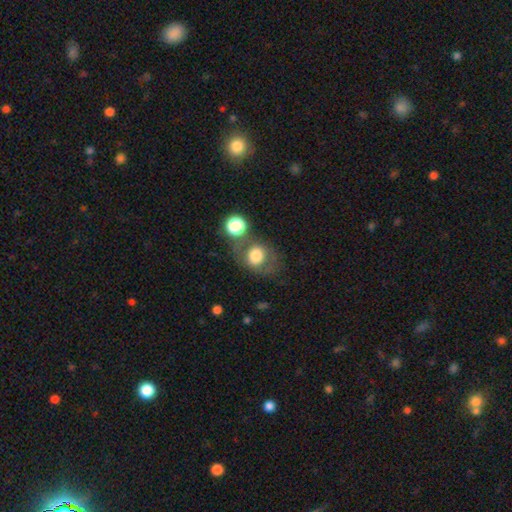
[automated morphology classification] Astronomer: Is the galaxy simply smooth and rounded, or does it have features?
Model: smooth — 69%.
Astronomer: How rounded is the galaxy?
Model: round — 59% (runner-up: in between, 40%).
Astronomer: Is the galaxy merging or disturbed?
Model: none — 54%.